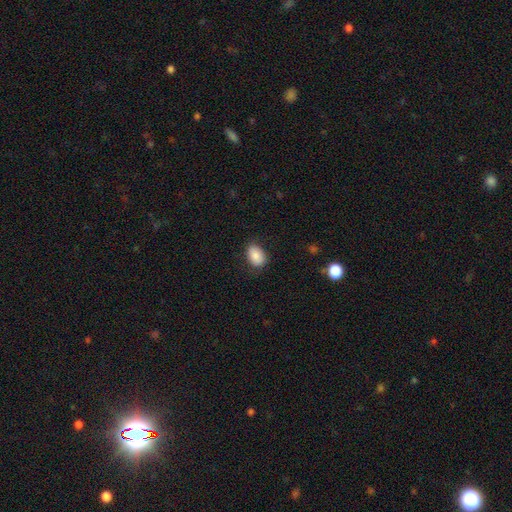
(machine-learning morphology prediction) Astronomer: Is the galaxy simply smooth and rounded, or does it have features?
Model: smooth — 86%.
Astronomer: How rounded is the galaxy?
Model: in between — 84%.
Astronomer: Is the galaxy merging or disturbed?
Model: none — 79%.